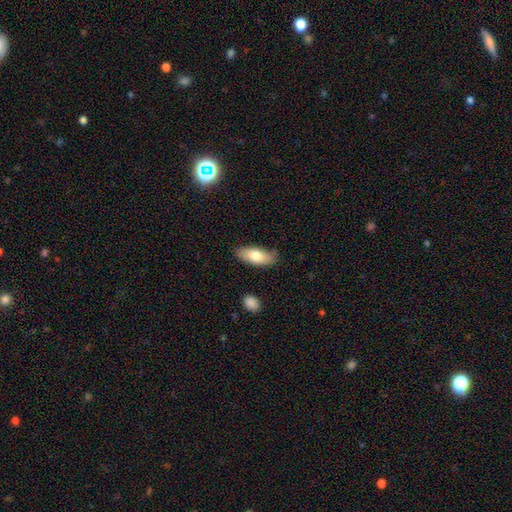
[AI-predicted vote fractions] Smooth or featured? smooth (76%)
How rounded? in between (81%)
Merging? none (79%)